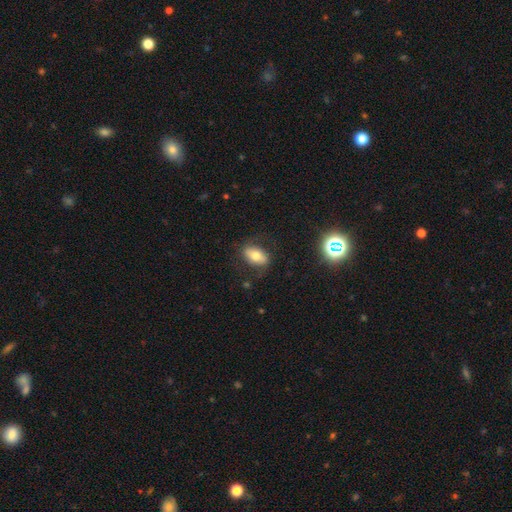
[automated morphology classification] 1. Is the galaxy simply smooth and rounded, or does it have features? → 65% smooth, 26% featured or disk, 10% star or artifact.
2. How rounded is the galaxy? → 87% in between, 9% round, 5% cigar-shaped.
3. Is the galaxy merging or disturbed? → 77% none, 15% minor disturbance, 6% major disturbance, 2% merger.